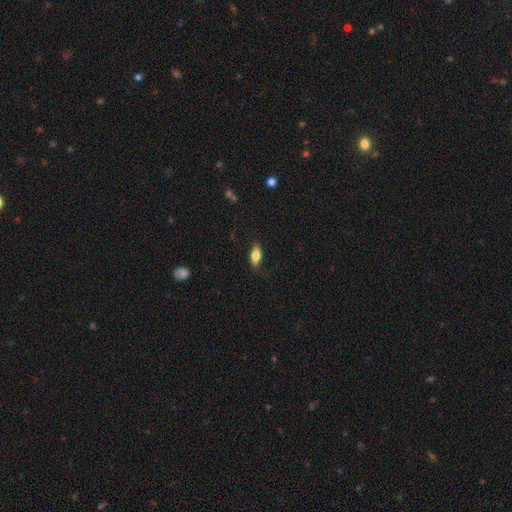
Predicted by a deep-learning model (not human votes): Smooth or featured?
  - smooth: 73% *
  - featured or disk: 20%
  - star or artifact: 7%
How rounded?
  - in between: 77% *
  - cigar-shaped: 19%
  - round: 4%
Merging?
  - none: 82% *
  - minor disturbance: 14%
  - major disturbance: 3%
  - merger: 1%